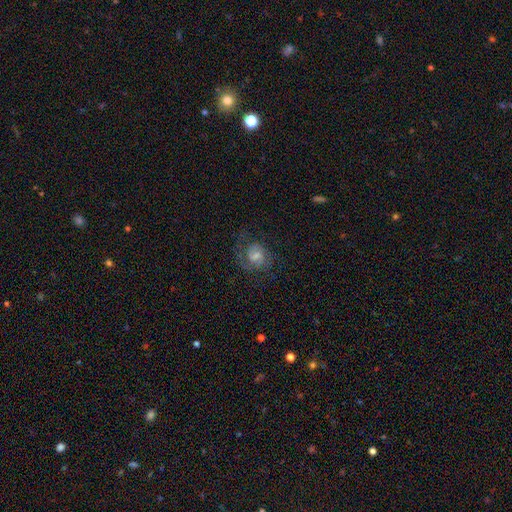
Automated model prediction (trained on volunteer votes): Smooth or featured: featured or disk — 71% (smooth — 18%)
Edge-on disk: no — 97% (yes — 3%)
Bar: no — 50% (weak — 42%)
Spiral arms: yes — 92% (no — 8%)
Spiral winding: medium — 44% (tight — 41%)
Spiral arm count: 2 — 64% (can't tell — 16%)
Bulge size: moderate — 42% (tied with small — 42%)
Merging: none — 68% (minor disturbance — 16%)